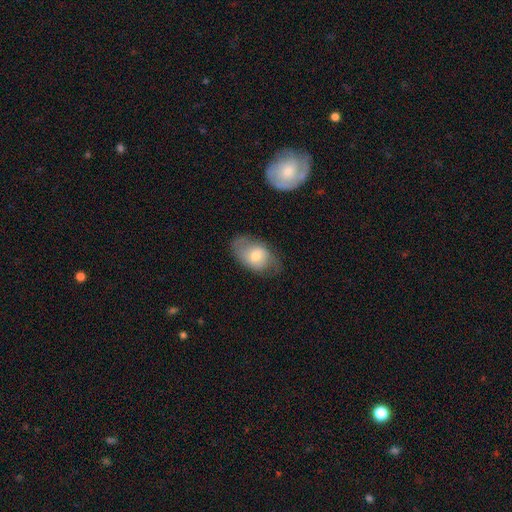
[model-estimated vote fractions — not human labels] Morphology: type=smooth (58%); roundness=in between (84%); merging=none (63%).